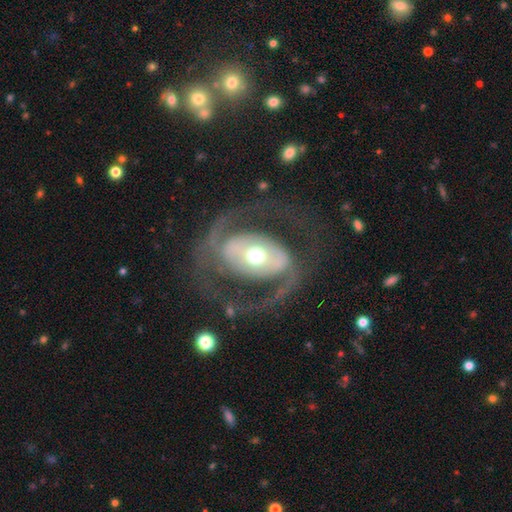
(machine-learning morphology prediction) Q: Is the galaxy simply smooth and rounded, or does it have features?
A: featured or disk — 86%.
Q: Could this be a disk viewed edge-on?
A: no — 96%.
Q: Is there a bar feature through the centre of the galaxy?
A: strong — 38%.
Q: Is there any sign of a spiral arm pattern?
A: yes — 86%.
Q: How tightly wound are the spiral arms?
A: medium — 53%.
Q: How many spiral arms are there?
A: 2 — 91%.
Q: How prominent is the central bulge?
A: moderate — 67%.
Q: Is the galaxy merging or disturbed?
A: none — 72%.